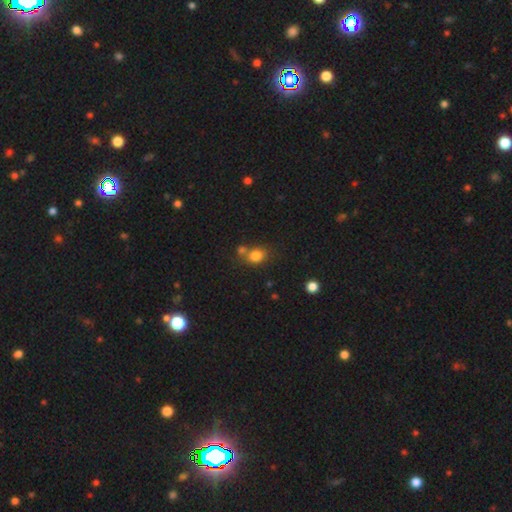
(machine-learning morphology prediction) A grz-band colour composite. It shows a smooth galaxy with no disk features (80%) that is round (60%). Merging: none (51%).